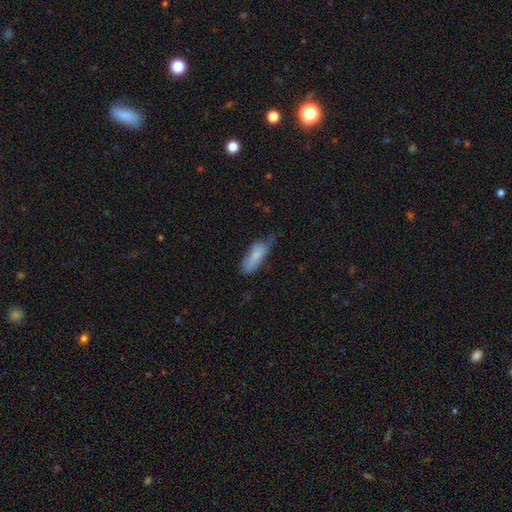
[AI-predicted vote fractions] Smooth or featured: smooth — 78% (featured or disk — 15%)
How rounded: in between — 65% (cigar-shaped — 33%)
Merging: minor disturbance — 42% (none — 40%)